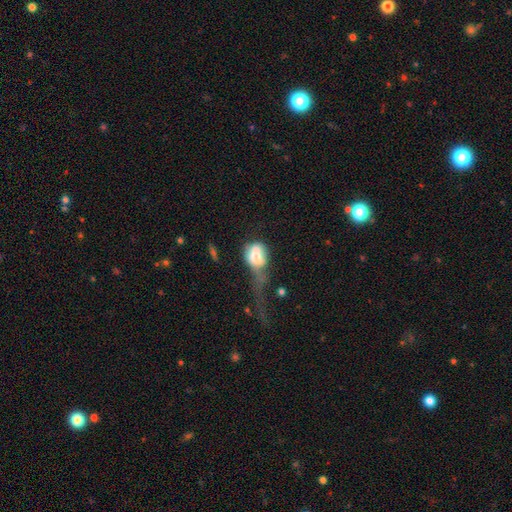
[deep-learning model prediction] Smooth or featured?
  - smooth: 66% *
  - featured or disk: 25%
  - star or artifact: 9%
How rounded?
  - in between: 55% *
  - round: 43%
  - cigar-shaped: 3%
Merging?
  - major disturbance: 57% *
  - minor disturbance: 17%
  - none: 14%
  - merger: 12%